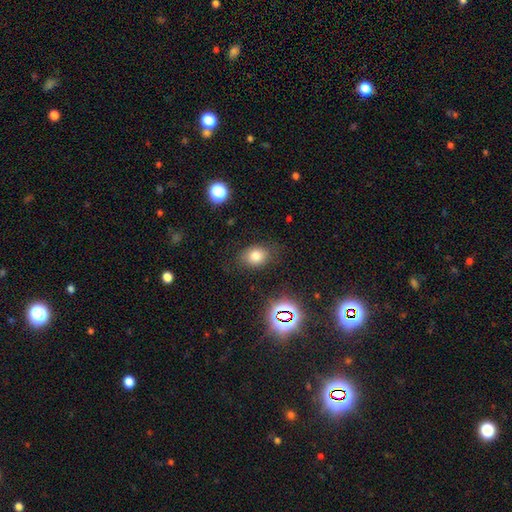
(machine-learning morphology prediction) A smooth galaxy with no disk features (76%) that is in between round and cigar-shaped (62%). Merging: none (80%).